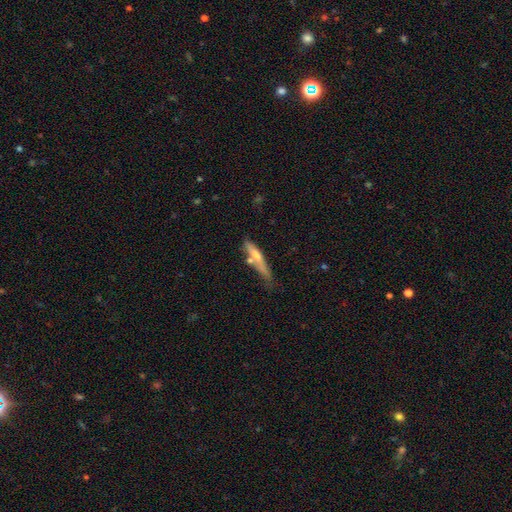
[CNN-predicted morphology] smooth-or-featured: smooth: 50% | featured or disk: 44% | star or artifact: 7%
  merging: none: 56% | minor disturbance: 24% | merger: 13% | major disturbance: 7%